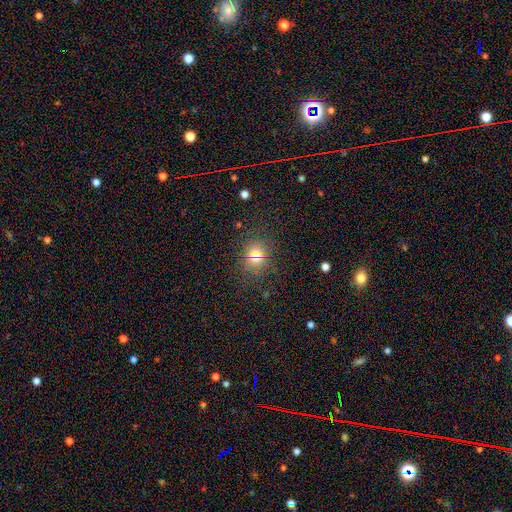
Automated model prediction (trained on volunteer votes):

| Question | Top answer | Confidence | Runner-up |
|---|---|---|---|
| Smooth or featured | smooth | 62% | star or artifact (27%) |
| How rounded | round | 72% | in between (26%) |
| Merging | none | 84% | minor disturbance (9%) |